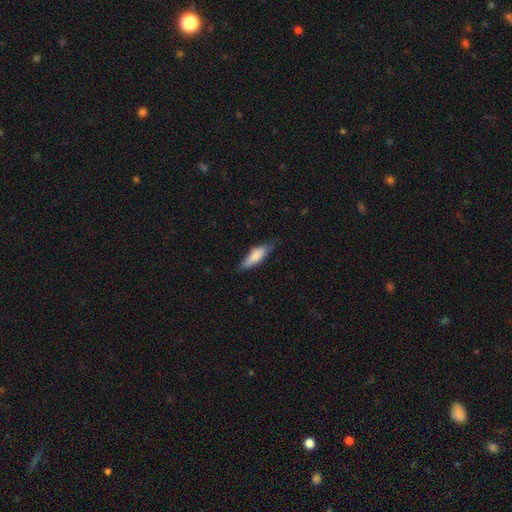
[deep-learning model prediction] A smooth galaxy with no disk features (78%) that is in between round and cigar-shaped (58%).

Vote fractions:
- Smooth or featured? smooth: 78% / featured or disk: 17% / star or artifact: 6%
- How rounded? in between: 58% / cigar-shaped: 40% / round: 2%
- Merging? none: 69% / minor disturbance: 26% / major disturbance: 4% / merger: 1%